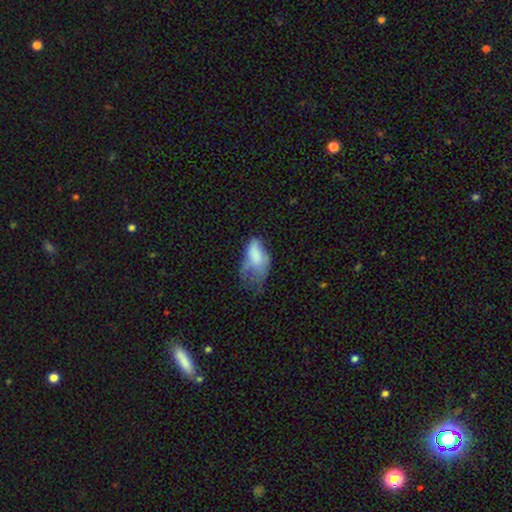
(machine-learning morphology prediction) Smooth or featured: smooth — 66% (featured or disk — 25%)
How rounded: in between — 91% (round — 5%)
Merging: major disturbance — 53% (minor disturbance — 26%)